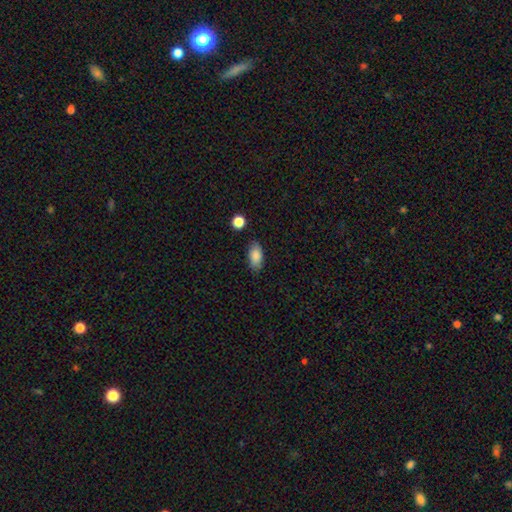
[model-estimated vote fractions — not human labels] Smooth or featured: smooth — 86% (star or artifact — 8%)
How rounded: in between — 91% (cigar-shaped — 5%)
Merging: none — 82% (minor disturbance — 13%)